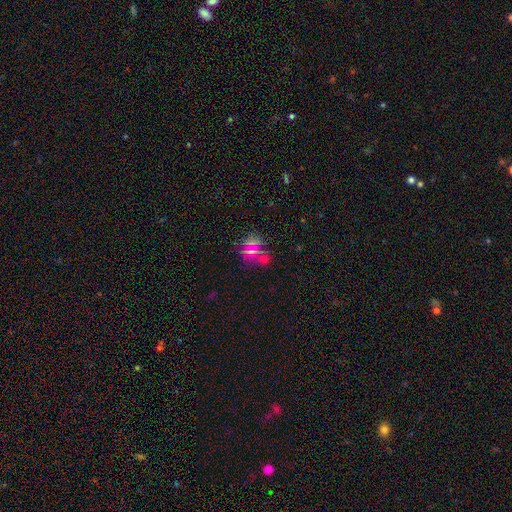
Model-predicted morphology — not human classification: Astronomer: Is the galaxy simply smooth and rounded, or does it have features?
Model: star or artifact — 46% (runner-up: smooth, 37%).